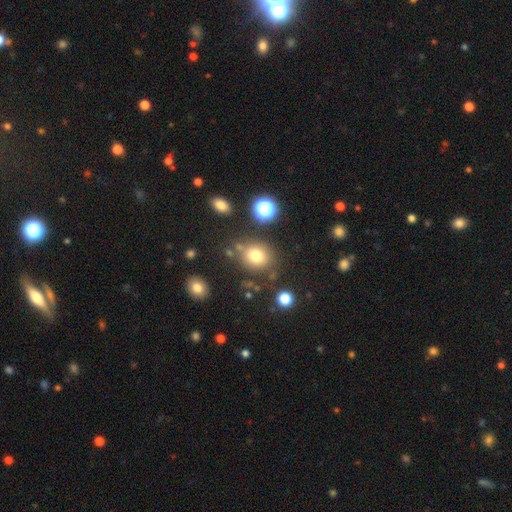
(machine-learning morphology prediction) The model was most divided on "how rounded": round: 75%, in between: 24%, cigar-shaped: 1%. More confident: smooth or featured — smooth (76%); merging — none (73%).